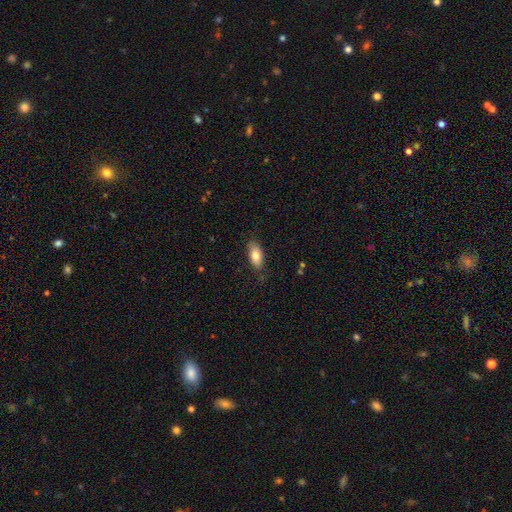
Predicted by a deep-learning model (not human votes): A smooth galaxy with no disk features (76%) that is in between round and cigar-shaped (88%). Merging: none (78%).